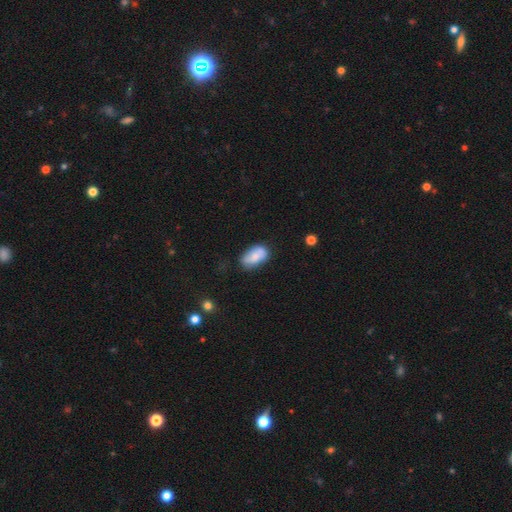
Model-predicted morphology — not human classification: This appears to be a smooth galaxy with no disk features (71%) that is in between round and cigar-shaped (92%). Merging: none (62%).